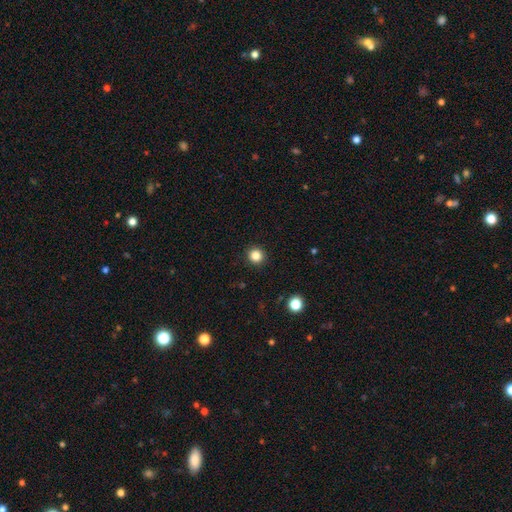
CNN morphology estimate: A smooth galaxy with no disk features (84%) that is round (94%). Merging: none (93%).